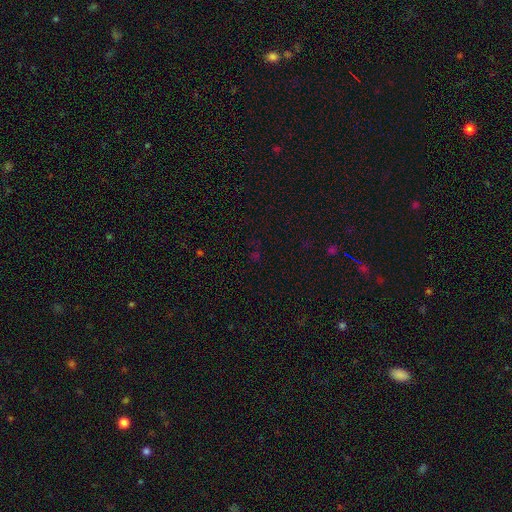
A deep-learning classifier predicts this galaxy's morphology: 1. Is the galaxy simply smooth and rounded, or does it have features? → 62% star or artifact, 31% smooth, 7% featured or disk.